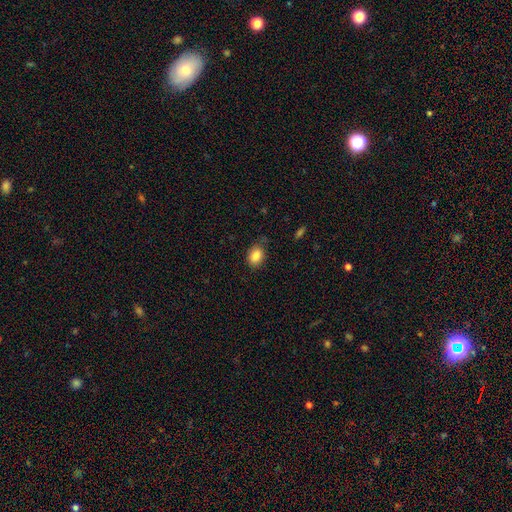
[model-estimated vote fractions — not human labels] This appears to be a smooth galaxy with no disk features (86%) that is in between round and cigar-shaped (71%). Merging: none (75%).